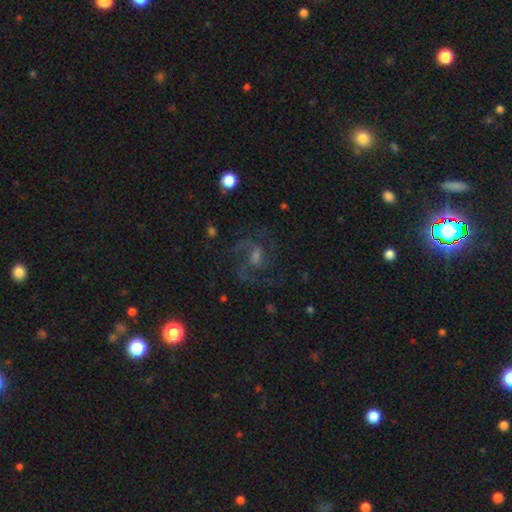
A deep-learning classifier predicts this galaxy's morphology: featured or disk 77%, star or artifact 13%, smooth 10%. Down the decision tree: edge-on disk — no (98%); bar — weak (52%); spiral arms — yes (95%); spiral arm count — 2 (56%); spiral winding — medium (58%); bulge size — moderate (41%); merging — none (70%).